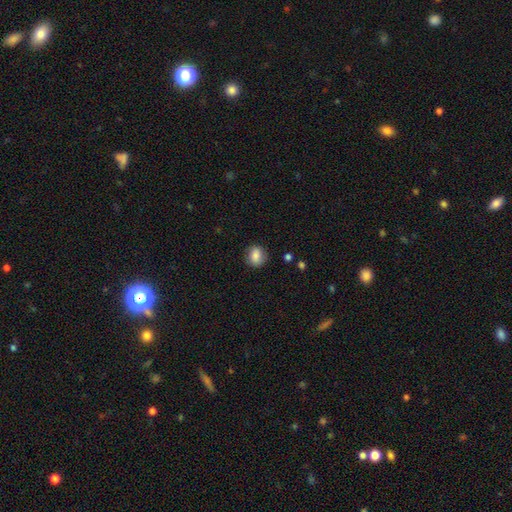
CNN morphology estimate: Overall: smooth (81%). How rounded: round (68%; in between 31%). Merging: none (82%).